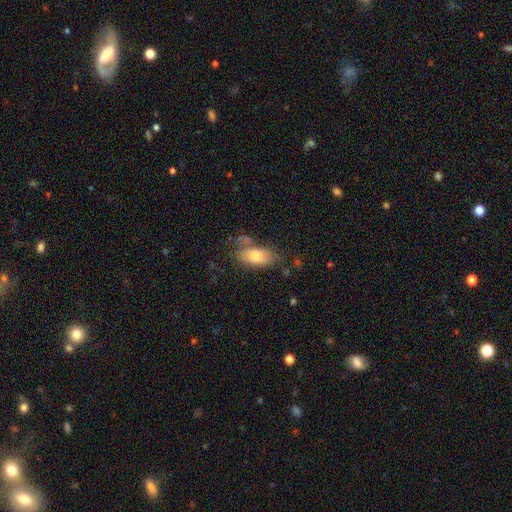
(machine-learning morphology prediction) smooth-or-featured: smooth: 75% | featured or disk: 18% | star or artifact: 8%
  how-rounded: in between: 88% | cigar-shaped: 8% | round: 4%
  merging: none: 52% | minor disturbance: 26% | major disturbance: 11% | merger: 10%